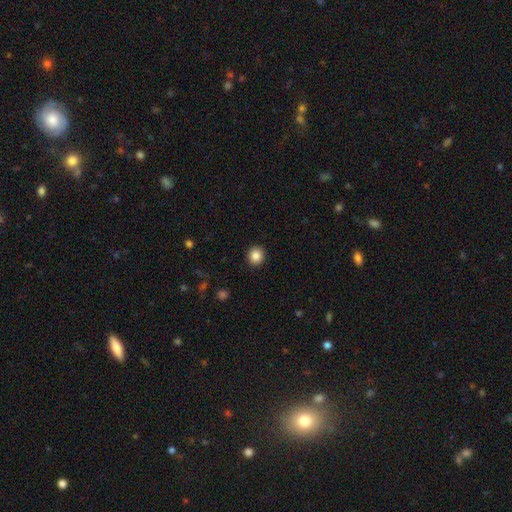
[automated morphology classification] Smooth or featured? Predicted: smooth (p=0.86). How rounded? Predicted: round (p=0.88). Merging? Predicted: none (p=0.92).